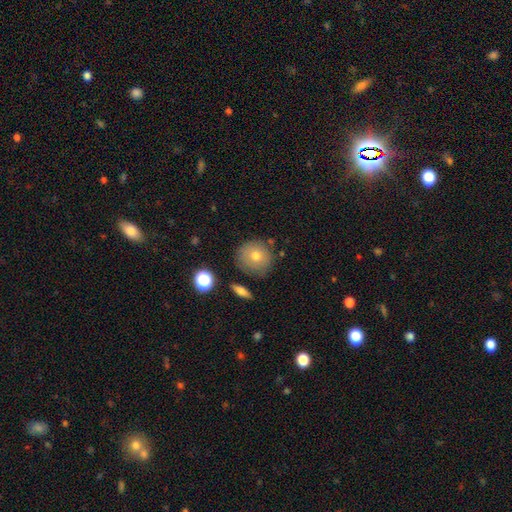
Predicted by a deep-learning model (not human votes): Smooth or featured?
  - smooth: 70% *
  - featured or disk: 18%
  - star or artifact: 12%
How rounded?
  - round: 91% *
  - in between: 8%
  - cigar-shaped: 1%
Merging?
  - none: 79% *
  - minor disturbance: 13%
  - merger: 4%
  - major disturbance: 3%